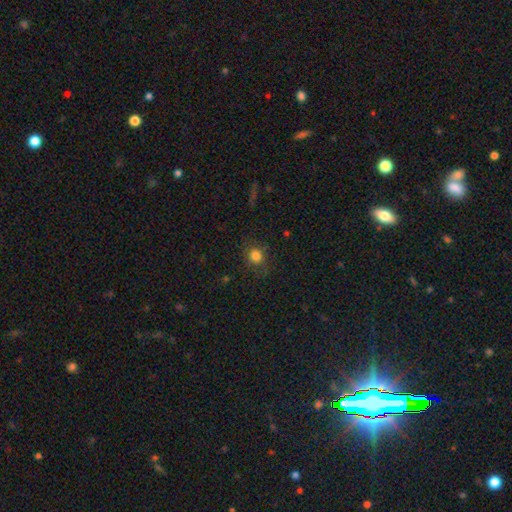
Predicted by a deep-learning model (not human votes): Smooth or featured: smooth — 80% (star or artifact — 12%)
How rounded: round — 84% (in between — 15%)
Merging: none — 78% (minor disturbance — 14%)